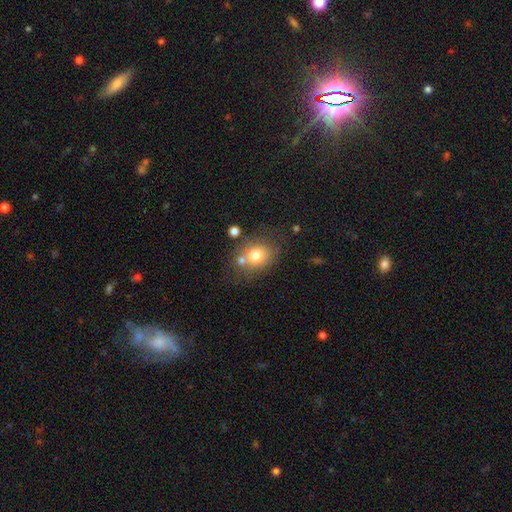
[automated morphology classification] smooth 74%, featured or disk 15%, star or artifact 11%. Down the decision tree: how rounded — round (52%); merging — none (60%).